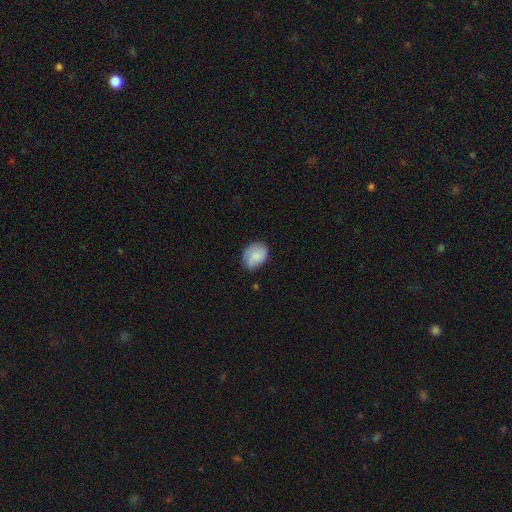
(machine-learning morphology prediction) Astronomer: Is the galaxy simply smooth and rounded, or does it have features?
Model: smooth — 80%.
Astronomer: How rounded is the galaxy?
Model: in between — 56% (runner-up: round, 43%).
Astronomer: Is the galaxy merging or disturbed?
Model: none — 68%.